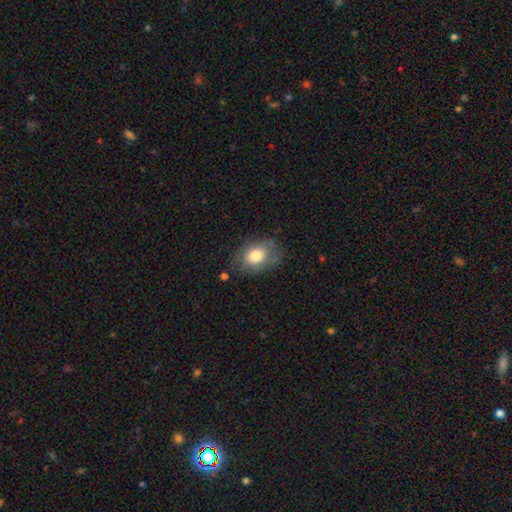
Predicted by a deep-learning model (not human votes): smooth 68%, featured or disk 25%, star or artifact 7%. Down the decision tree: how rounded — in between (81%); merging — none (64%).